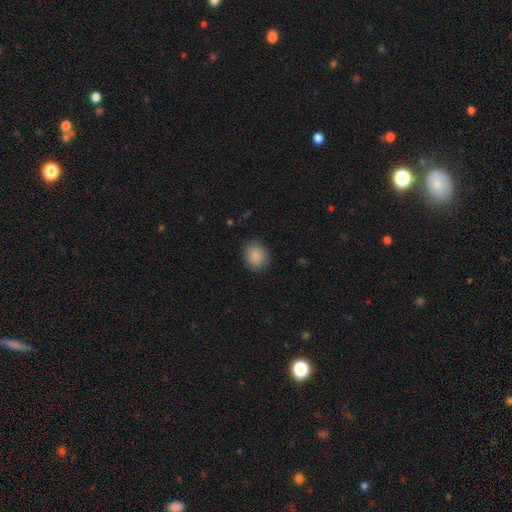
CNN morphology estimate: Smooth or featured?
  - smooth: 88% *
  - star or artifact: 7%
  - featured or disk: 4%
How rounded?
  - round: 53% *
  - in between: 46%
  - cigar-shaped: 1%
Merging?
  - none: 85% *
  - minor disturbance: 11%
  - major disturbance: 3%
  - merger: 1%